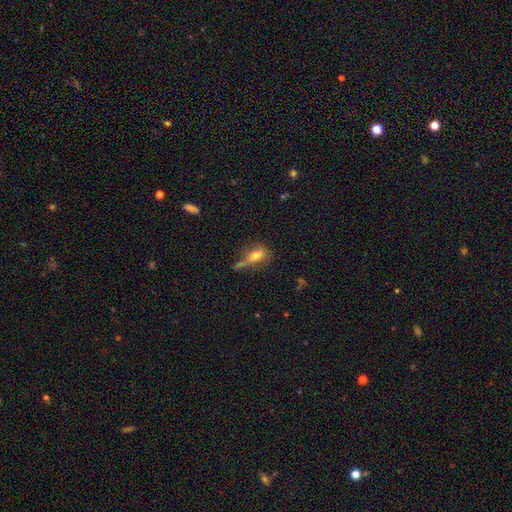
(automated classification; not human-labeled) Smooth or featured?
  - smooth: 64% *
  - featured or disk: 24%
  - star or artifact: 12%
How rounded?
  - in between: 68% *
  - round: 17%
  - cigar-shaped: 15%
Merging?
  - none: 40% *
  - merger: 22%
  - minor disturbance: 21%
  - major disturbance: 17%